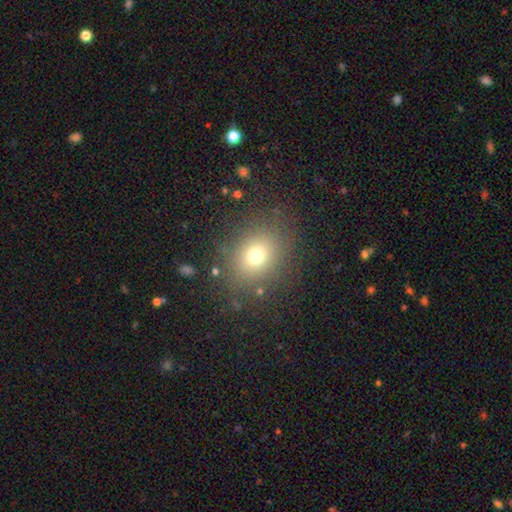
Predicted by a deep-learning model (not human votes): smooth-or-featured: smooth: 70% | star or artifact: 18% | featured or disk: 12%
  how-rounded: round: 63% | in between: 36% | cigar-shaped: 1%
  merging: none: 82% | minor disturbance: 10% | major disturbance: 6% | merger: 2%